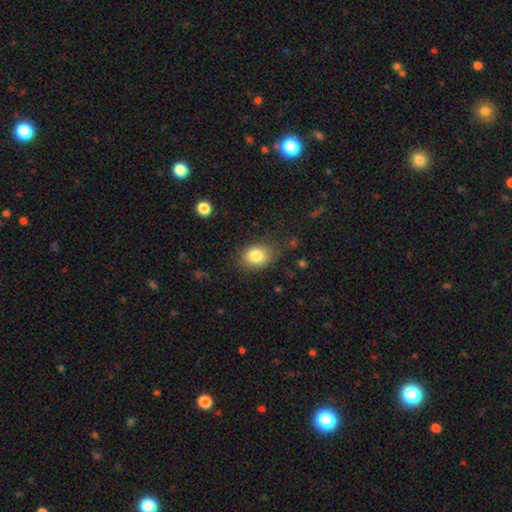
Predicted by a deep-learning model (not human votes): smooth_or_featured: smooth (p=0.83) [alt: star or artifact p=0.09]
how_rounded: in between (p=0.55) [alt: round p=0.44]
merging: none (p=0.76) [alt: minor disturbance p=0.17]